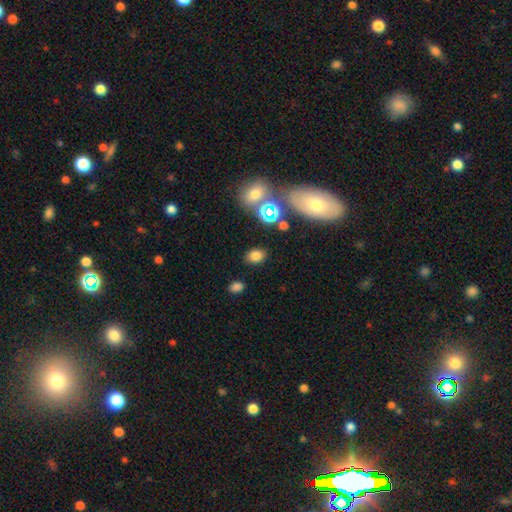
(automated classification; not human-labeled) This appears to be a smooth galaxy with no disk features (76%) that is in between round and cigar-shaped (75%). Merging: none (82%).